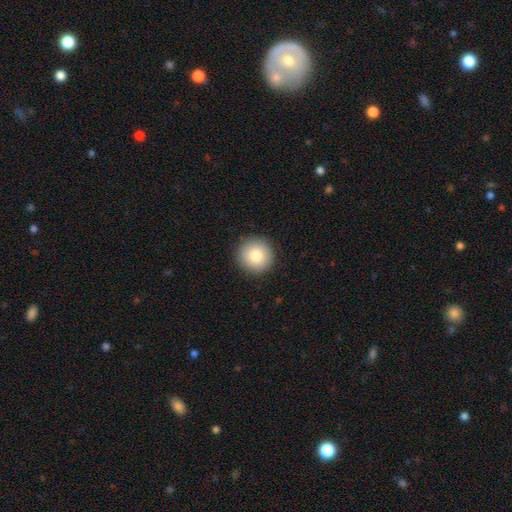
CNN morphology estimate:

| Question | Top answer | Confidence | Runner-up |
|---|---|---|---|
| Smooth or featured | smooth | 86% | star or artifact (8%) |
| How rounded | round | 95% | in between (4%) |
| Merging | none | 91% | minor disturbance (6%) |